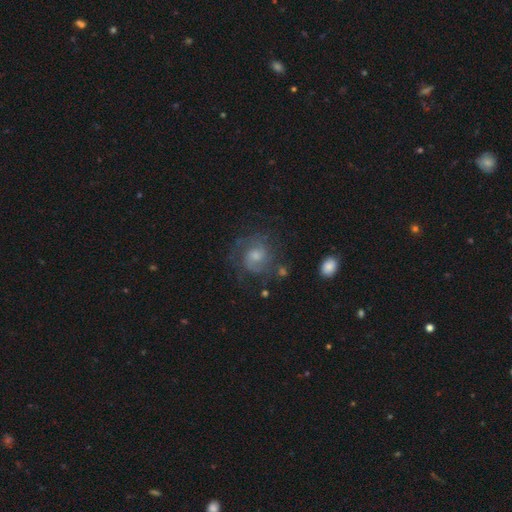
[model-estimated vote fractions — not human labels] The model was most divided on "spiral winding": medium: 46%, tight: 41%, loose: 13%. Remaining: edge-on disk — no (98%); spiral arms — yes (93%); smooth or featured — featured or disk (73%); merging — none (71%); spiral arm count — 2 (65%); bar — no (51%); bulge size — moderate (45%).